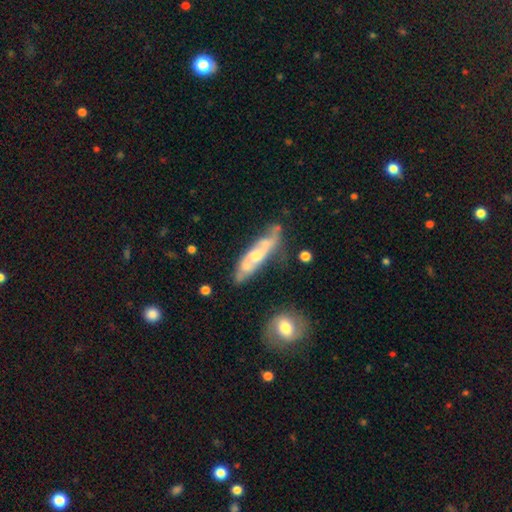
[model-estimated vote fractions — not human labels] The model was most divided on "merging": none: 47%, minor disturbance: 26%, major disturbance: 14%, merger: 13%. More confident: smooth or featured — featured or disk (66%); edge-on disk — no (64%).